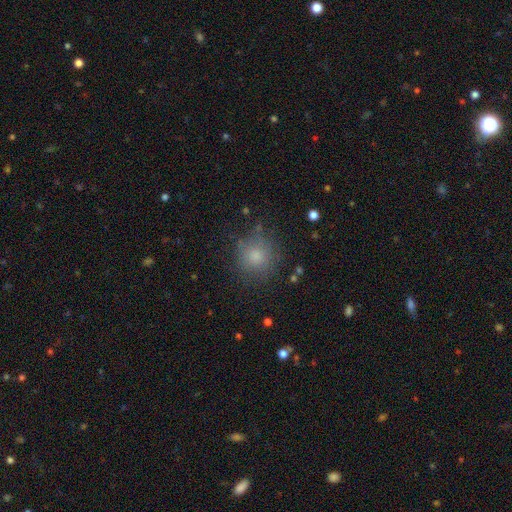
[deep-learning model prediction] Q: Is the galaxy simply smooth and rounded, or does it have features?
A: smooth — 80%.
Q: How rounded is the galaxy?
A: round — 91%.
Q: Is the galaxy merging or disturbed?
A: none — 77%.